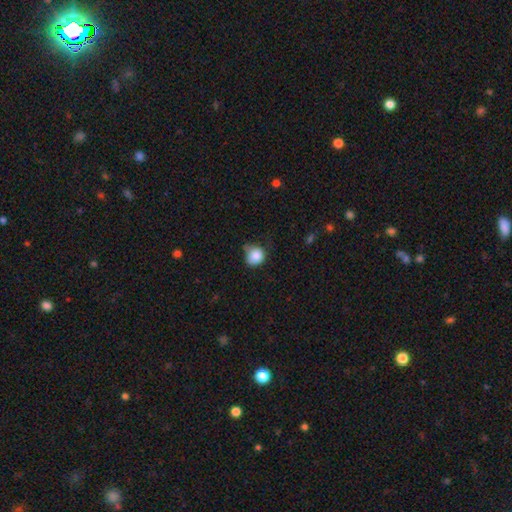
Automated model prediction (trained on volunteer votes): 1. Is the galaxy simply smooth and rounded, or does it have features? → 85% smooth, 9% star or artifact, 6% featured or disk.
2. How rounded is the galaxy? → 83% round, 16% in between, 1% cigar-shaped.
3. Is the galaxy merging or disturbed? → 45% none, 39% minor disturbance, 11% major disturbance, 5% merger.